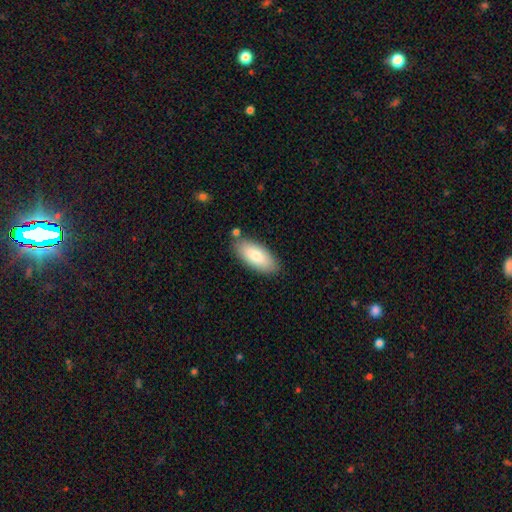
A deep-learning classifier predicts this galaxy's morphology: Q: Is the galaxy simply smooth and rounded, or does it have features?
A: smooth — 80%.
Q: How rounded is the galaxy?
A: in between — 87%.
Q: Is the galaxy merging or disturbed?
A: none — 81%.